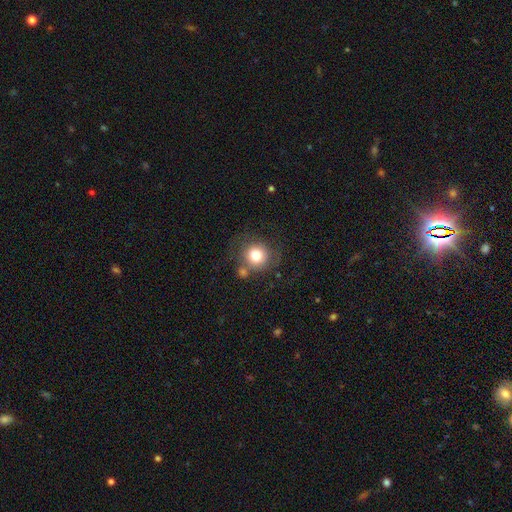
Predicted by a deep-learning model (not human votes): This is likely a smooth galaxy (77%). How rounded: clearly round (91%). Merging: likely none (63%).